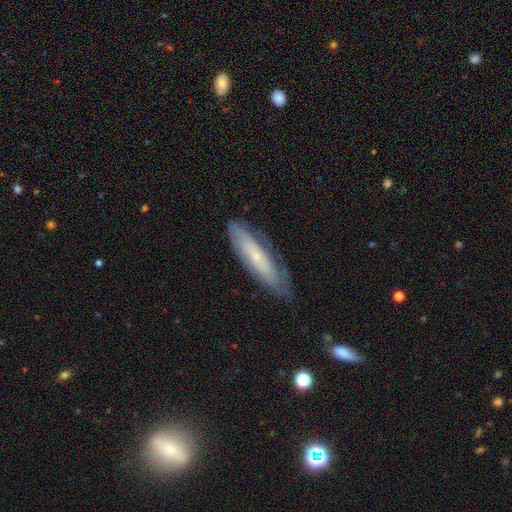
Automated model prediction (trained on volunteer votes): Smooth or featured: featured or disk — 50% (smooth — 43%)
Merging: none — 71% (minor disturbance — 21%)